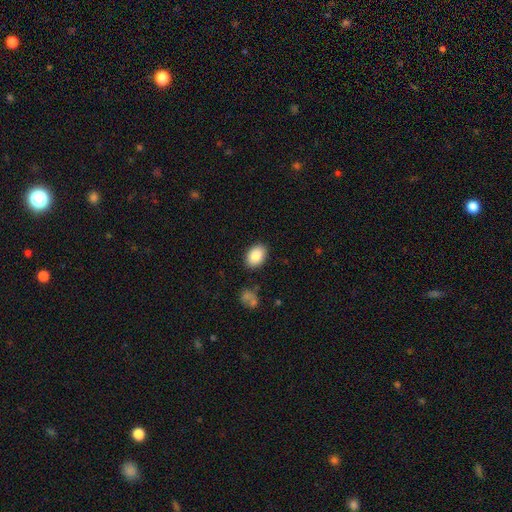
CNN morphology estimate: This is clearly a smooth galaxy (87%). How rounded: clearly in between (82%). Merging: clearly none (87%).